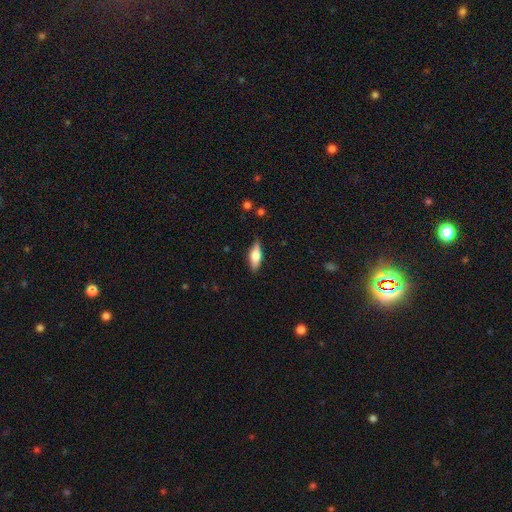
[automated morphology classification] This is likely a smooth galaxy (61%). How rounded: likely in between (67%). Merging: clearly none (80%).